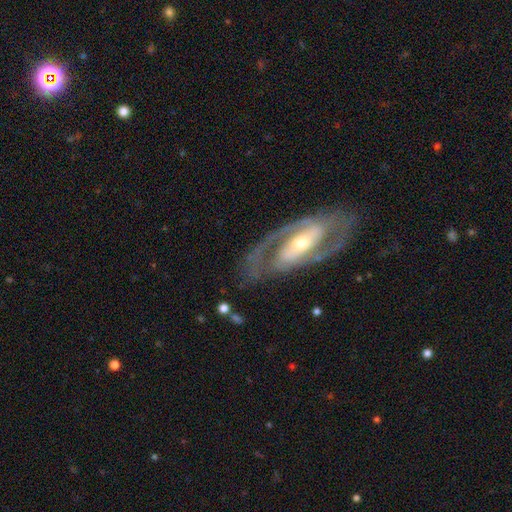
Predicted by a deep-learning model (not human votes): Smooth or featured? featured or disk (88%)
Edge-on disk? no (94%)
Bar? strong (45%)
Spiral arms? yes (93%)
Spiral winding? medium (51%)
Spiral arm count? 2 (90%)
Bulge size? moderate (56%)
Merging? none (80%)